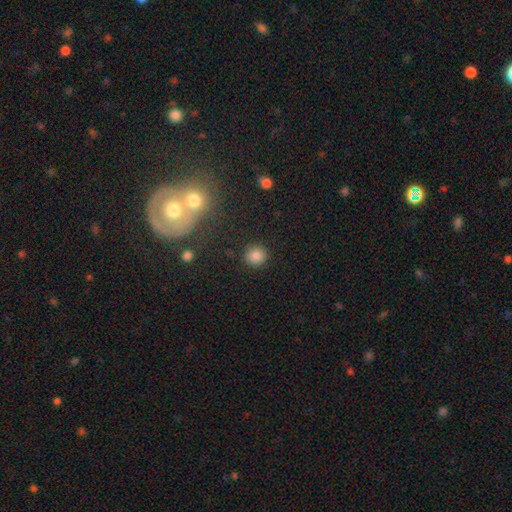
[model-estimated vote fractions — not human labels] Smooth or featured: smooth — 83% (star or artifact — 11%)
How rounded: round — 90% (in between — 9%)
Merging: none — 90% (minor disturbance — 6%)